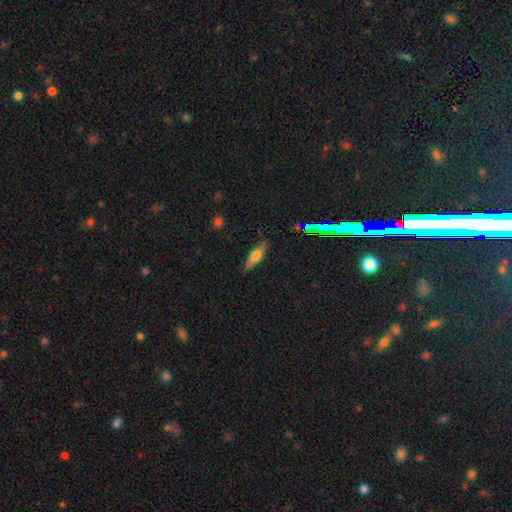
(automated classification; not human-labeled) Overall: smooth (56%; featured or disk 34%). How rounded: cigar-shaped (63%; in between 34%). Merging: none (85%).